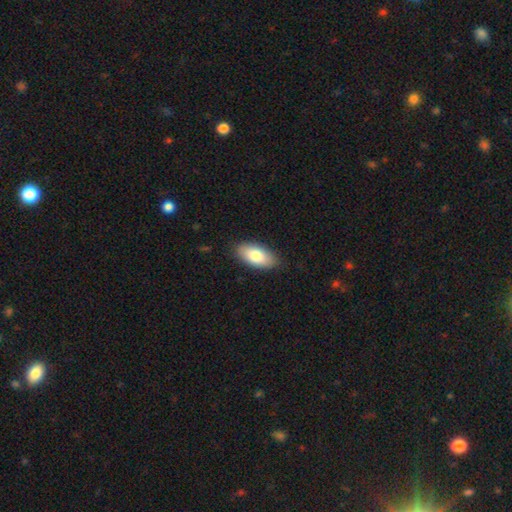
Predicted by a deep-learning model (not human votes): This appears to be a smooth galaxy with no disk features (81%) that is in between round and cigar-shaped (92%). Merging: none (86%).